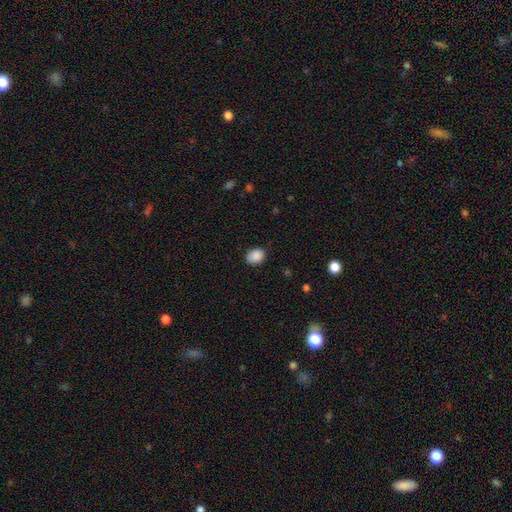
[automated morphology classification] smooth-or-featured: smooth: 89% | star or artifact: 8% | featured or disk: 3%
  how-rounded: in between: 55% | round: 44% | cigar-shaped: 1%
  merging: none: 78% | minor disturbance: 18% | major disturbance: 3% | merger: 1%